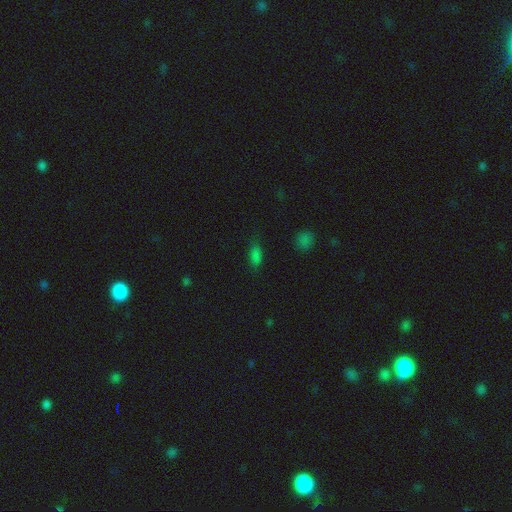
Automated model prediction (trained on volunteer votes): This appears to be a smooth galaxy with no disk features (79%) that is in between round and cigar-shaped (83%). Merging: none (74%).